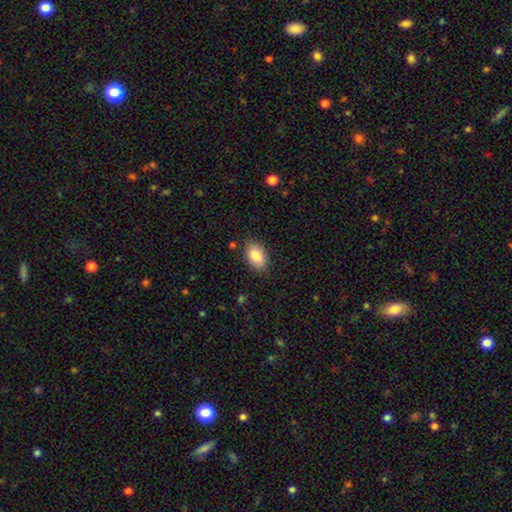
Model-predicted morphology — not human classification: Smooth or featured? Predicted: smooth (p=0.87). How rounded? Predicted: in between (p=0.92). Merging? Predicted: none (p=0.84).